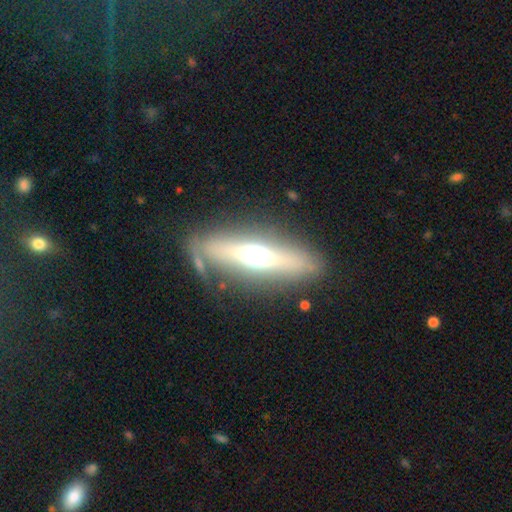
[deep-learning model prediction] Q: Smooth or featured?
A: featured or disk (59%); runner-up: smooth (32%)
Q: Edge-on disk?
A: yes (81%); runner-up: no (19%)
Q: Merging?
A: none (79%); runner-up: minor disturbance (11%)